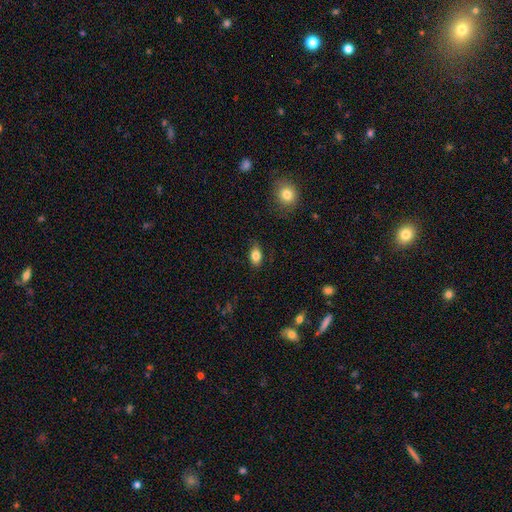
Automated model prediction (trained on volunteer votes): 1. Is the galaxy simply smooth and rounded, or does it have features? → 83% smooth, 9% star or artifact, 8% featured or disk.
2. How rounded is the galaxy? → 85% in between, 13% round, 3% cigar-shaped.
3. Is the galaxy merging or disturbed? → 81% none, 14% minor disturbance, 3% major disturbance, 1% merger.